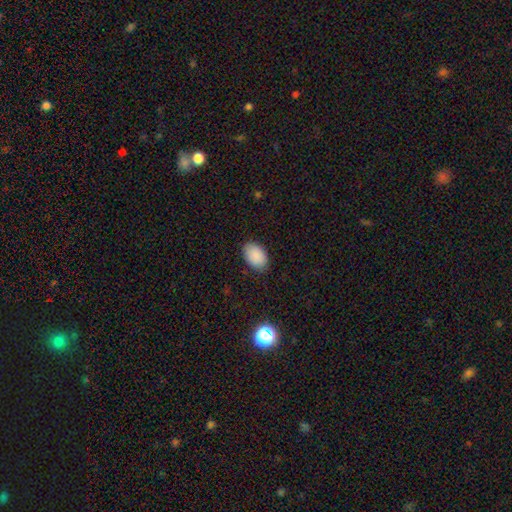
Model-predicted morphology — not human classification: smooth 89%, star or artifact 8%, featured or disk 3%. Down the decision tree: how rounded — in between (90%); merging — none (85%).